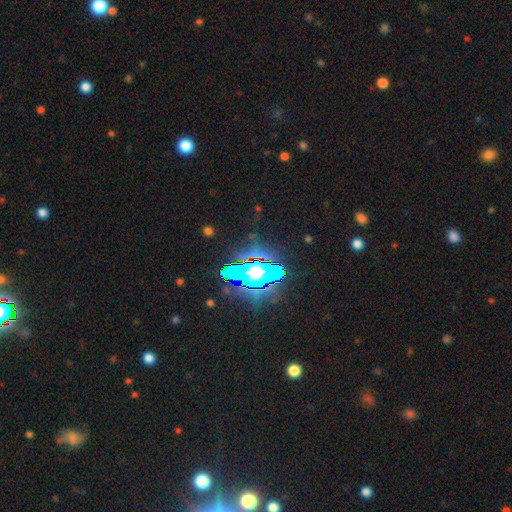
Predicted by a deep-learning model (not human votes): Smooth or featured? star or artifact (82%)